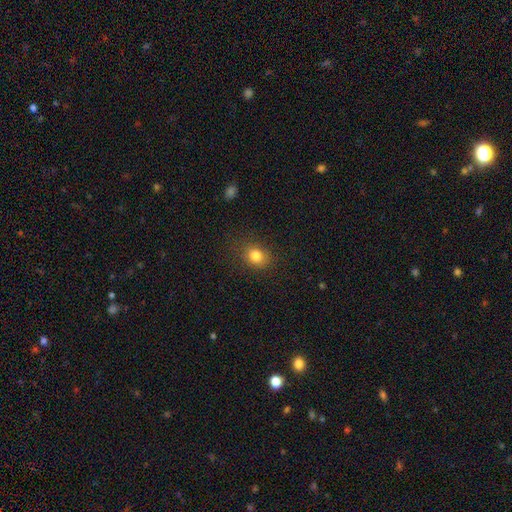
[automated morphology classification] A smooth galaxy with no disk features (82%) that is round (59%). Merging: none (83%).